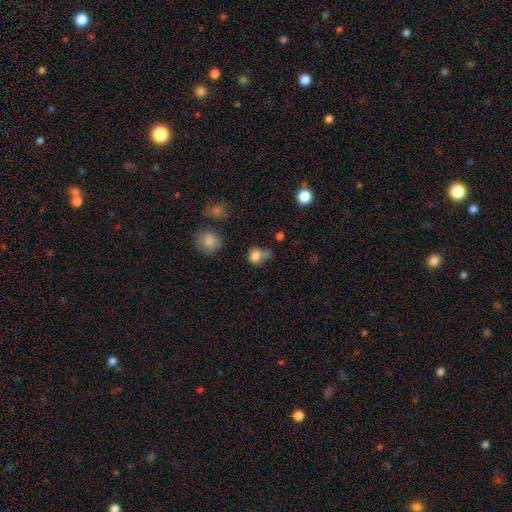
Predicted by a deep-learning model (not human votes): smooth 78%, star or artifact 12%, featured or disk 10%. Down the decision tree: how rounded — round (60%); merging — none (35%).